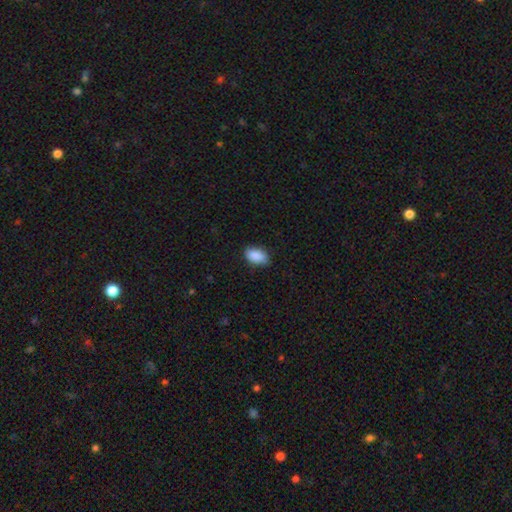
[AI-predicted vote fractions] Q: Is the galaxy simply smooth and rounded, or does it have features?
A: smooth — 90%.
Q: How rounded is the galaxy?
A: in between — 93%.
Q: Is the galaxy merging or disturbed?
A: none — 80%.